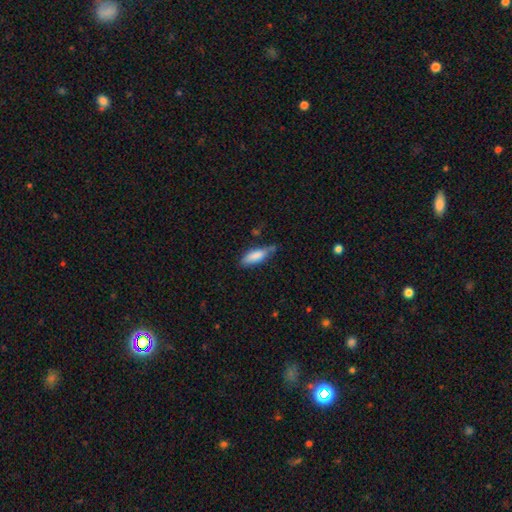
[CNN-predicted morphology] A smooth galaxy with no disk features (81%) that is in between round and cigar-shaped (54%).

Vote fractions:
- Smooth or featured? smooth: 81% / featured or disk: 13% / star or artifact: 6%
- How rounded? in between: 54% / cigar-shaped: 44% / round: 2%
- Merging? none: 57% / minor disturbance: 33% / major disturbance: 7% / merger: 3%